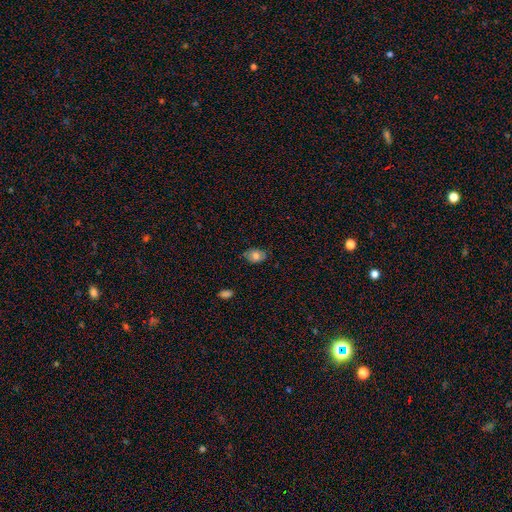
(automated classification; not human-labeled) Overall: smooth (73%). How rounded: in between (79%). Merging: none (72%).